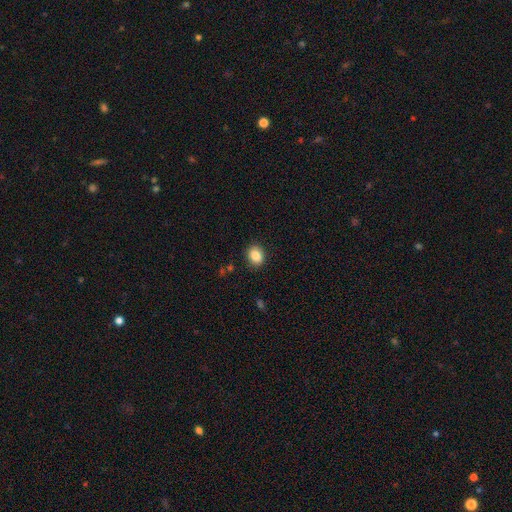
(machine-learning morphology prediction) Smooth or featured? smooth (87%)
How rounded? round (52%)
Merging? none (89%)